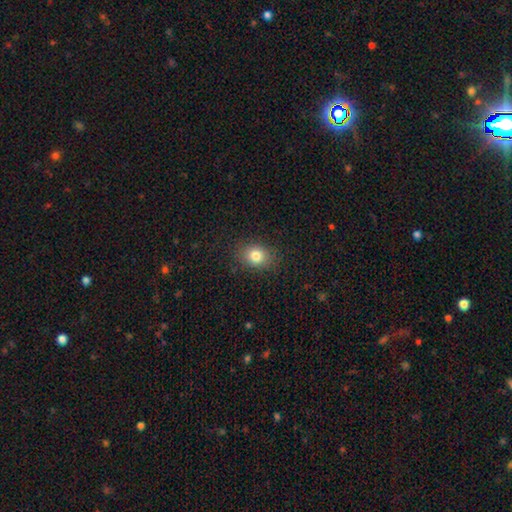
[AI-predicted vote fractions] Overall: smooth (81%). How rounded: in between (52%; round 47%). Merging: none (86%).